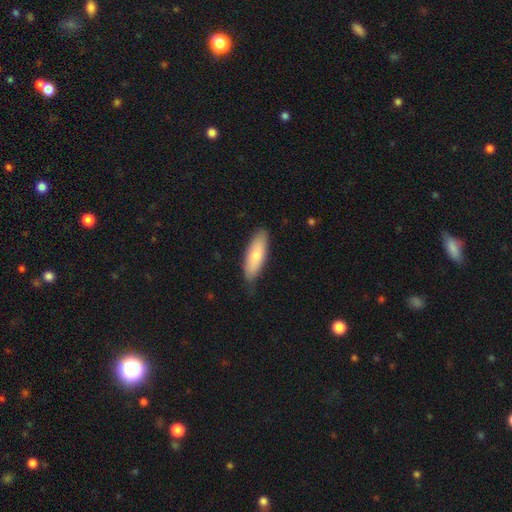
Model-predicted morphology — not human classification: The model was most divided on "how rounded": in between: 59%, cigar-shaped: 40%, round: 2%. More confident: smooth or featured — smooth (78%); merging — none (76%).